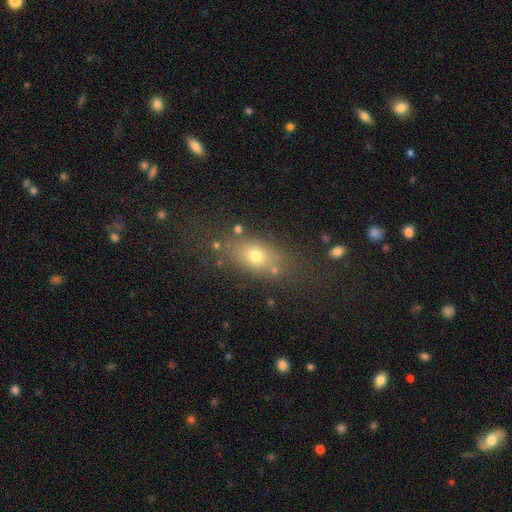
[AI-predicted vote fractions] The model was most divided on "how rounded": in between: 70%, round: 22%, cigar-shaped: 8%. More confident: merging — none (72%); smooth or featured — smooth (68%).